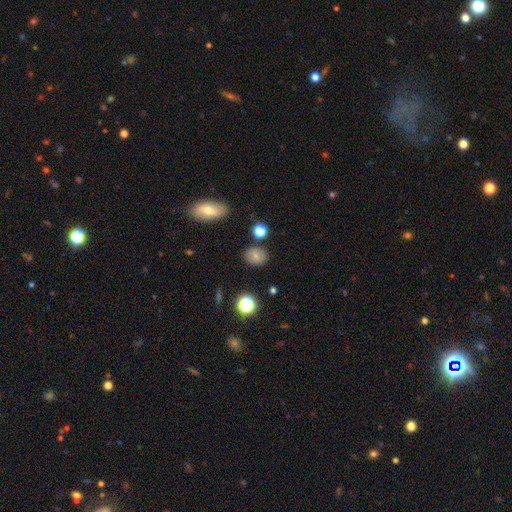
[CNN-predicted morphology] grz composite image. It shows a smooth galaxy with no disk features (75%) that is in between round and cigar-shaped (50%). Merging: none (82%).